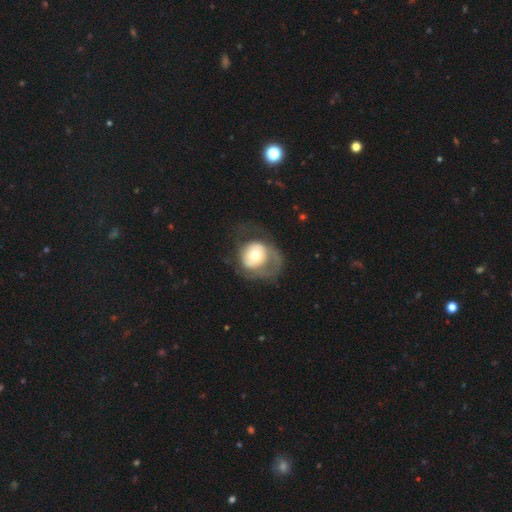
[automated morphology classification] Q: Smooth or featured?
A: smooth (48%); runner-up: featured or disk (45%)
Q: Merging?
A: major disturbance (43%); runner-up: none (34%)